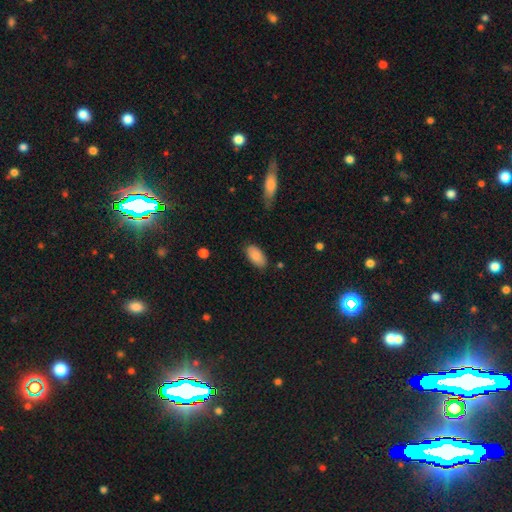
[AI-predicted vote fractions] This is clearly a smooth galaxy (85%). How rounded: clearly in between (94%). Merging: clearly none (82%).